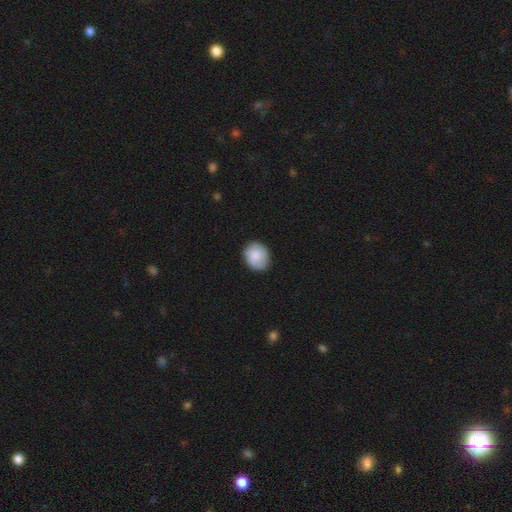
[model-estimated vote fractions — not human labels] Q: Smooth or featured?
A: smooth (82%); runner-up: featured or disk (11%)
Q: How rounded?
A: round (58%); runner-up: in between (41%)
Q: Merging?
A: none (80%); runner-up: minor disturbance (16%)